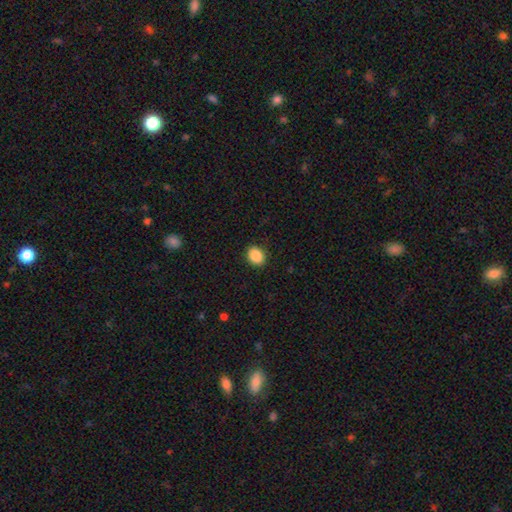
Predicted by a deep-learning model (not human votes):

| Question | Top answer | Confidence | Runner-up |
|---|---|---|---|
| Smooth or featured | smooth | 89% | star or artifact (8%) |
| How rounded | in between | 55% | round (44%) |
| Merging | none | 90% | minor disturbance (7%) |